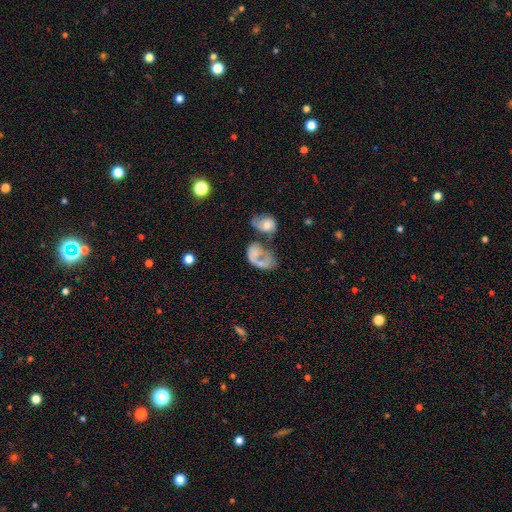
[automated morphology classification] A smooth galaxy with no disk features (49%). Merging: merger (46%).